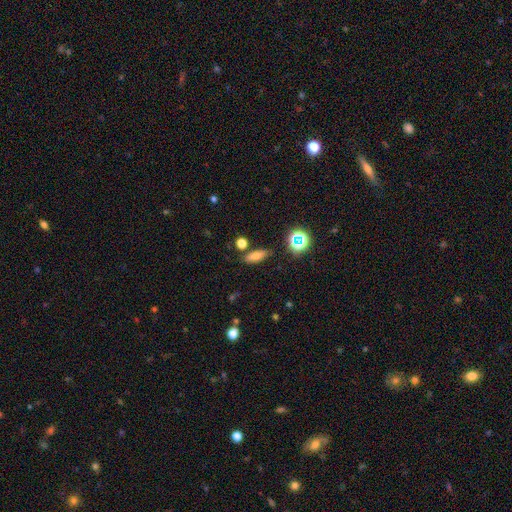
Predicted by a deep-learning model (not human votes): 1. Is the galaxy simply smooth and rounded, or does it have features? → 73% smooth, 16% star or artifact, 11% featured or disk.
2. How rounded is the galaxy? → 61% in between, 32% cigar-shaped, 8% round.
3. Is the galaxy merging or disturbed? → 81% none, 11% minor disturbance, 5% merger, 3% major disturbance.